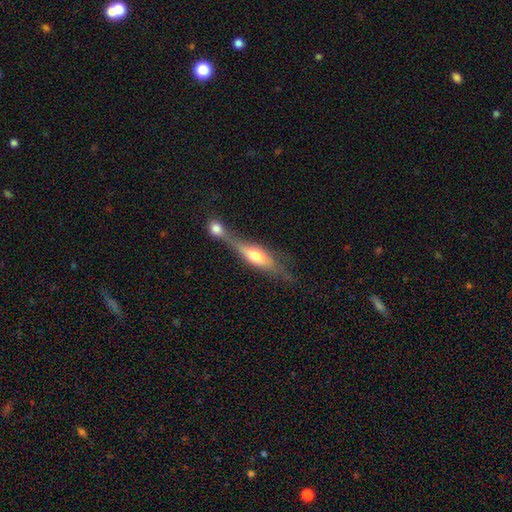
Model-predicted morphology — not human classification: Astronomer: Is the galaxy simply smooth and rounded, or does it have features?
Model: featured or disk — 48% (runner-up: smooth, 45%).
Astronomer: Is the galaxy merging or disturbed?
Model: merger — 55%.